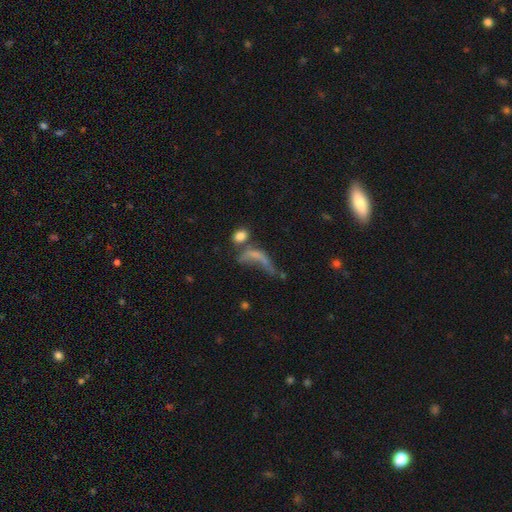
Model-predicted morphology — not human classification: smooth_or_featured: smooth (p=0.50) [alt: featured or disk p=0.33]
how_rounded: in between (p=0.49) [alt: cigar-shaped p=0.37]
merging: major disturbance (p=0.38) [alt: merger p=0.28]